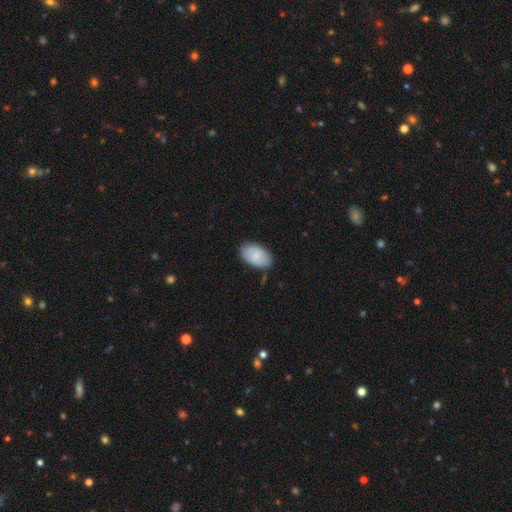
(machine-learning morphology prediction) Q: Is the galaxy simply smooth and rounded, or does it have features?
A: smooth — 78%.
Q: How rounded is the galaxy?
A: in between — 93%.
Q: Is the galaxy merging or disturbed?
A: none — 79%.